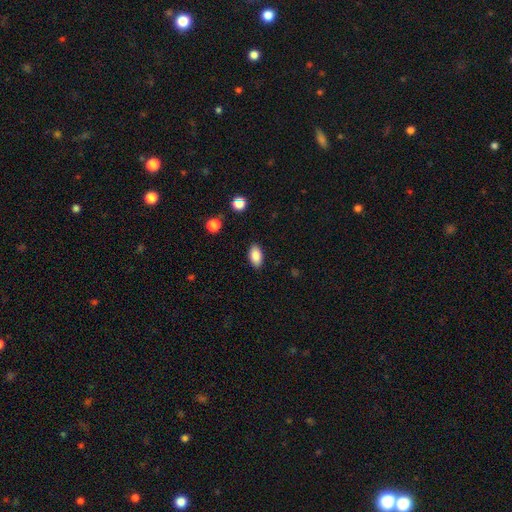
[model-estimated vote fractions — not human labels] smooth-or-featured: smooth: 87% | star or artifact: 8% | featured or disk: 5%
  how-rounded: in between: 93% | round: 4% | cigar-shaped: 3%
  merging: none: 87% | minor disturbance: 9% | major disturbance: 2% | merger: 1%